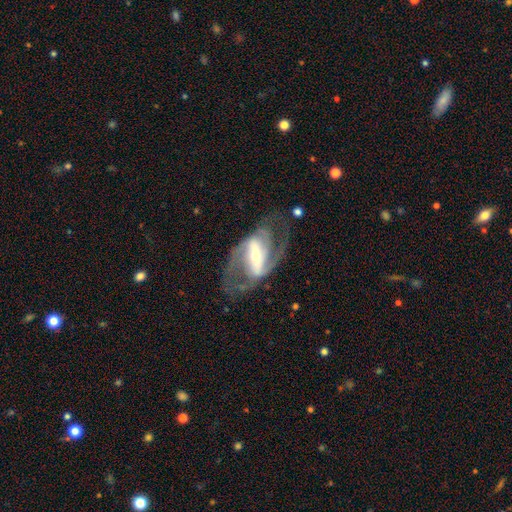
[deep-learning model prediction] This appears to be a featured or disk galaxy (89%) with a strong bar (71%), 2 (89%) medium (54%) spiral arms (94%) and a small central bulge (57%). Merging: none (69%).